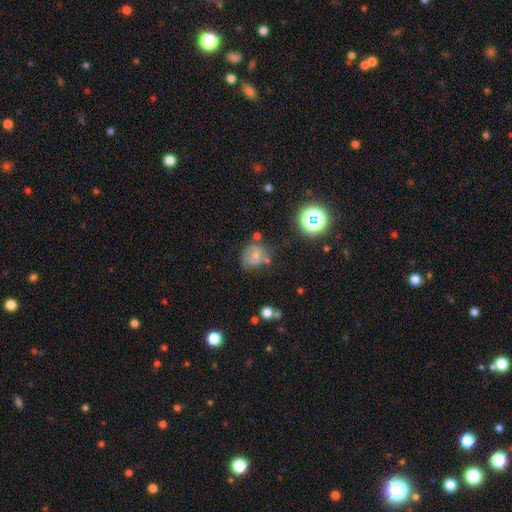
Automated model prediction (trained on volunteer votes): smooth_or_featured: smooth (p=0.55) [alt: featured or disk p=0.29]
how_rounded: round (p=0.63) [alt: in between p=0.36]
merging: none (p=0.48) [alt: minor disturbance p=0.28]